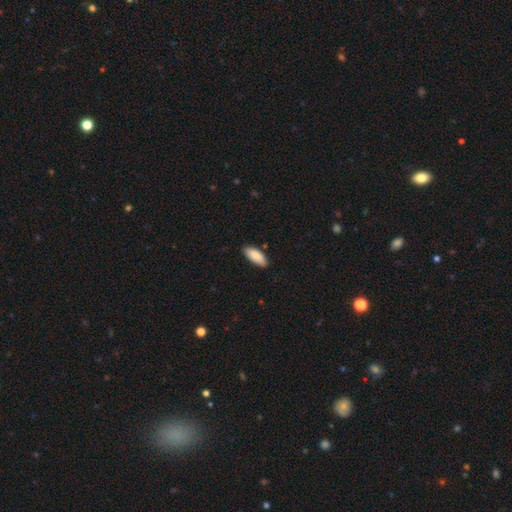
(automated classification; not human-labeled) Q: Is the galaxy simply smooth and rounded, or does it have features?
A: smooth — 89%.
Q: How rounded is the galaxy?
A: in between — 80%.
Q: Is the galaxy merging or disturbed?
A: none — 83%.